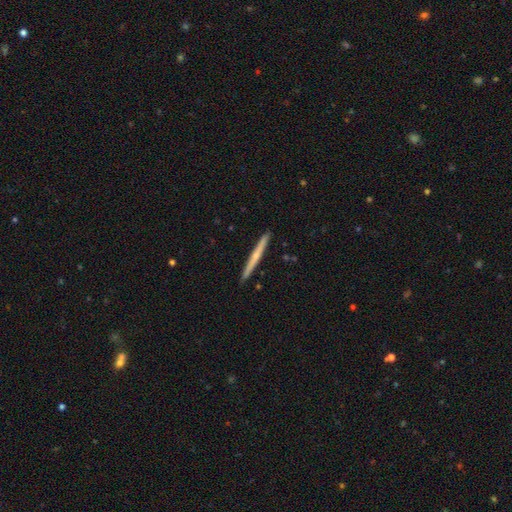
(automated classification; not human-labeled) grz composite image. It shows a featured or disk galaxy (60%) viewed edge-on (98%) with a rounded central bulge (56%). Merging: none (92%).